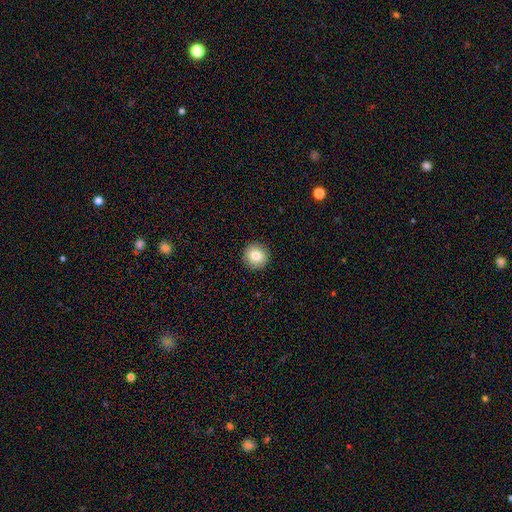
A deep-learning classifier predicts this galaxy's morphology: Overall: smooth (84%). How rounded: round (93%). Merging: none (92%).